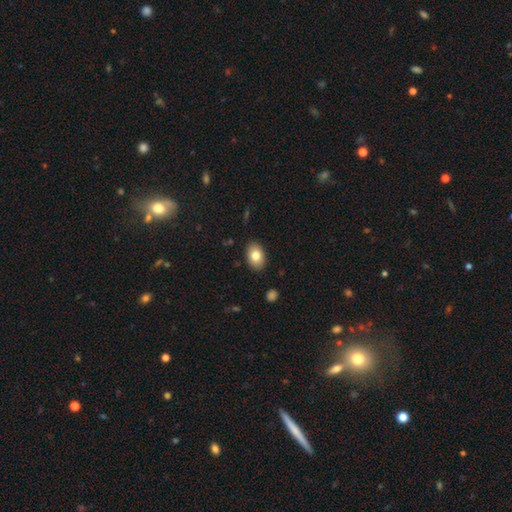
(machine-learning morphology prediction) Smooth or featured: smooth — 80% (featured or disk — 12%)
How rounded: in between — 85% (round — 14%)
Merging: none — 88% (minor disturbance — 9%)